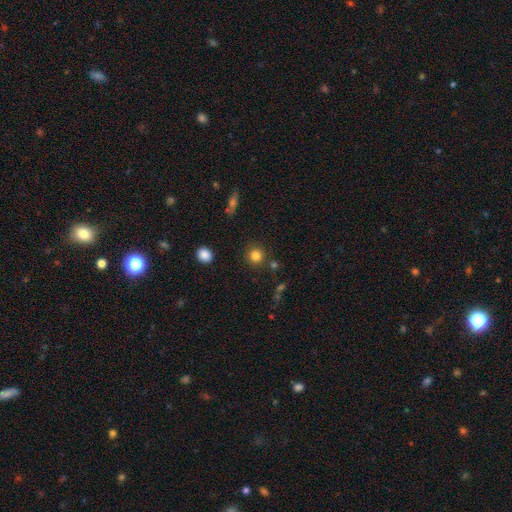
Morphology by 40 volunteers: smooth-or-featured: smooth: 82% | star or artifact: 12% | featured or disk: 5%
  how-rounded: round: 88% | in between: 12% | cigar-shaped: 0%
  merging: none: 86% | minor disturbance: 9% | merger: 6% | major disturbance: 0%